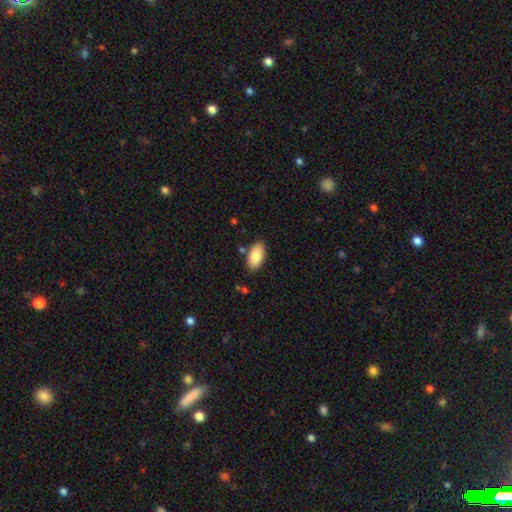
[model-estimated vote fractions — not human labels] A smooth galaxy with no disk features (83%) that is in between round and cigar-shaped (94%). Merging: none (84%).